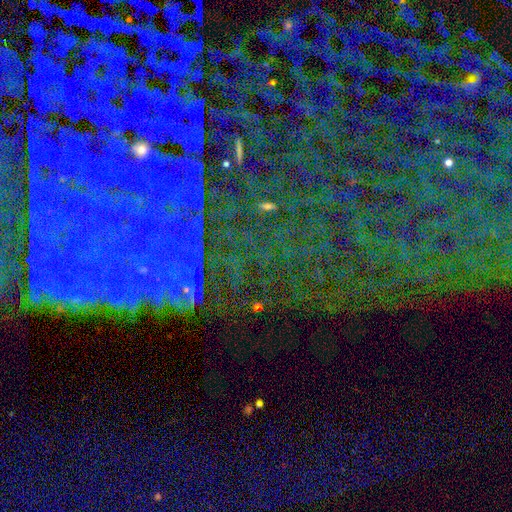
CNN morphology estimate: The model was most divided on "smooth or featured": star or artifact: 78%, featured or disk: 12%, smooth: 10%.